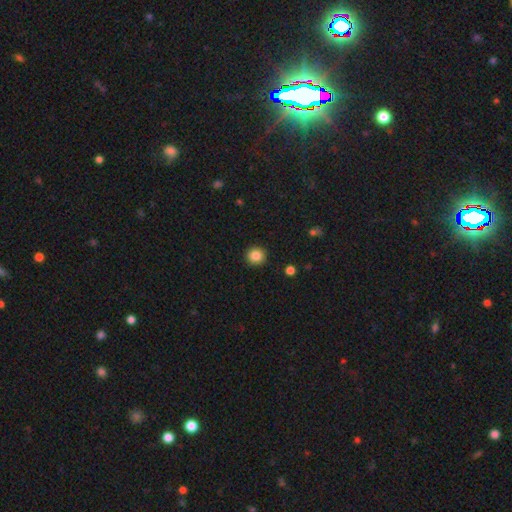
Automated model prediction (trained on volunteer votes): Smooth or featured? smooth (86%)
How rounded? round (94%)
Merging? none (93%)